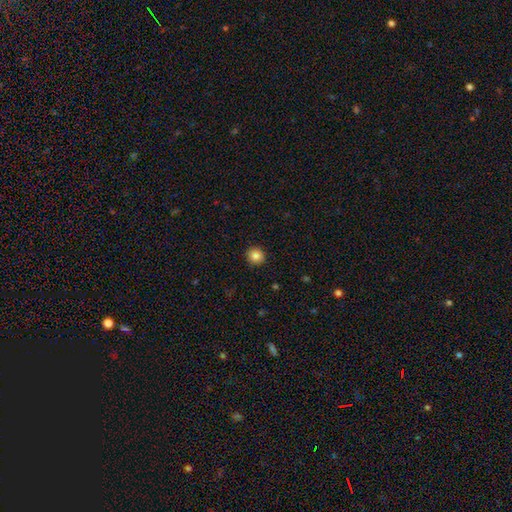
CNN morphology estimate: A smooth galaxy with no disk features (84%) that is round (91%).

Vote fractions:
- Smooth or featured? smooth: 84% / star or artifact: 10% / featured or disk: 6%
- How rounded? round: 91% / in between: 8% / cigar-shaped: 1%
- Merging? none: 92% / minor disturbance: 5% / major disturbance: 2% / merger: 1%